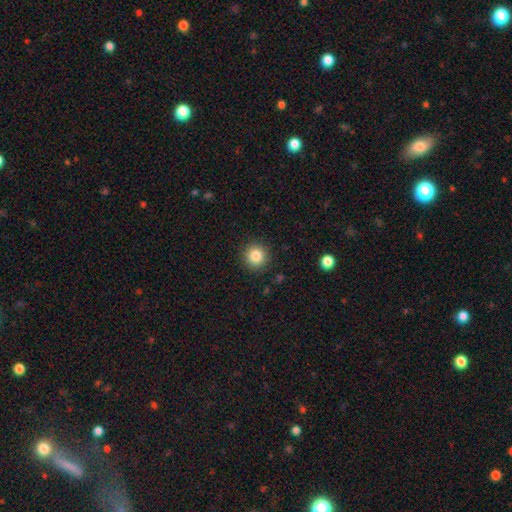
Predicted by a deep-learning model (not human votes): This is clearly a smooth galaxy (84%). How rounded: clearly round (94%). Merging: clearly none (90%).